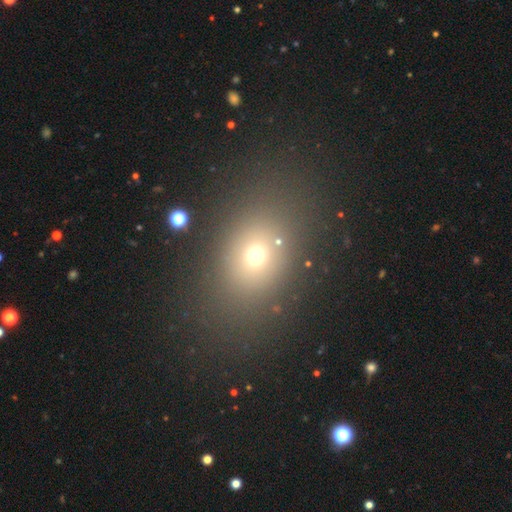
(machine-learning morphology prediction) smooth_or_featured: smooth (p=0.64) [alt: star or artifact p=0.23]
how_rounded: in between (p=0.58) [alt: round p=0.40]
merging: none (p=0.81) [alt: minor disturbance p=0.10]